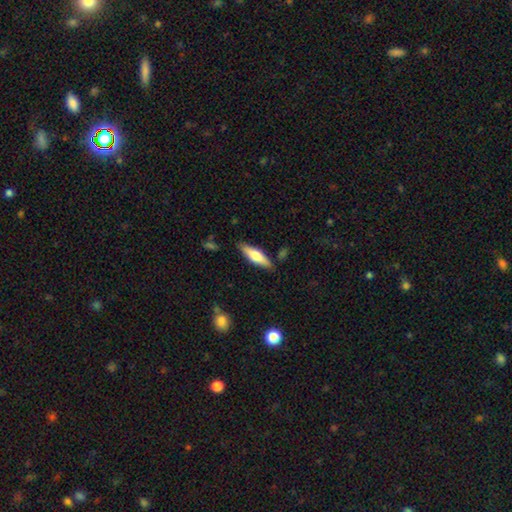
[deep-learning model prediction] smooth_or_featured: smooth (p=0.58) [alt: featured or disk p=0.36]
how_rounded: cigar-shaped (p=0.56) [alt: in between p=0.42]
merging: none (p=0.84) [alt: minor disturbance p=0.11]